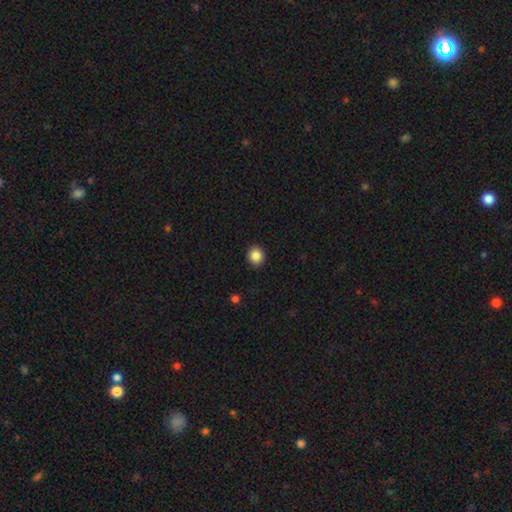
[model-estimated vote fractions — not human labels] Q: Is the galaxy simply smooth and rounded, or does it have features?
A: smooth — 86%.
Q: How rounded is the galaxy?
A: round — 83%.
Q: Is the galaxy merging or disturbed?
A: none — 91%.